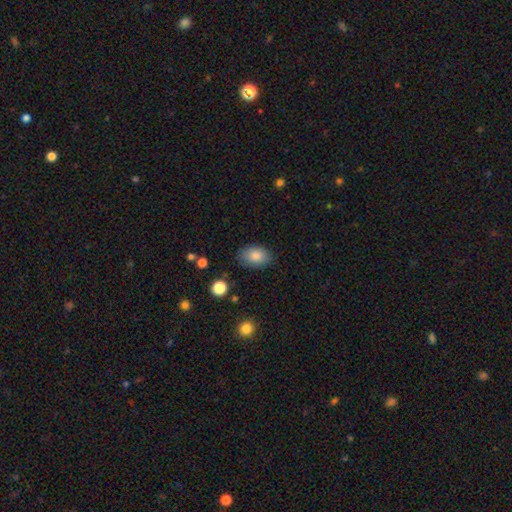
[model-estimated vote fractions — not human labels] Morphology: type=smooth (85%); roundness=in between (86%); merging=none (81%).